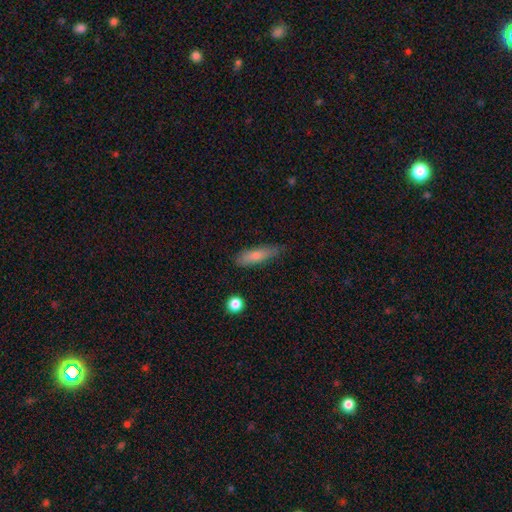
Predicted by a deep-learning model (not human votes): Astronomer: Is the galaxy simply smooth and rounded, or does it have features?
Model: smooth — 69%.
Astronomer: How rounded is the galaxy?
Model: cigar-shaped — 68%.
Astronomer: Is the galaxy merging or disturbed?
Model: none — 74%.